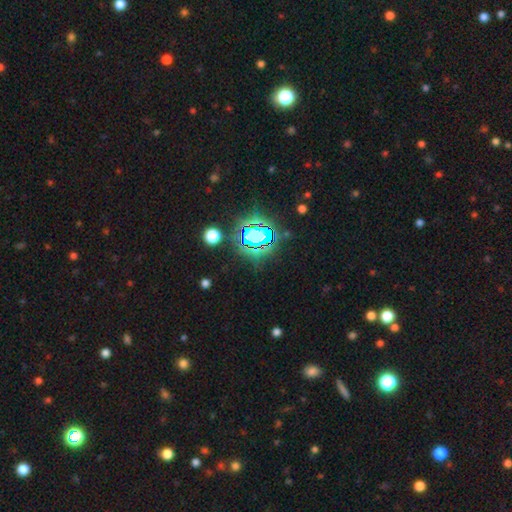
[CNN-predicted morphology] Smooth or featured: star or artifact — 80% (smooth — 13%)